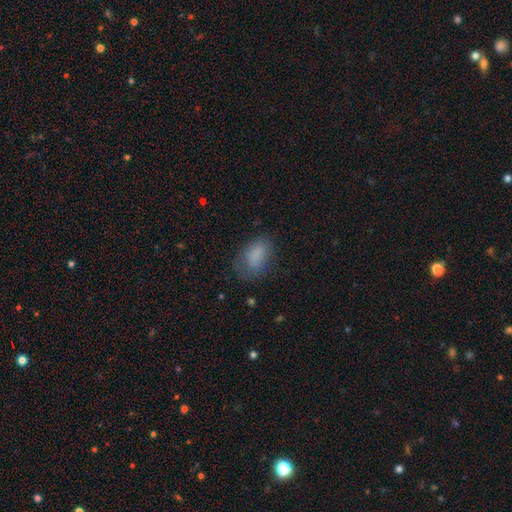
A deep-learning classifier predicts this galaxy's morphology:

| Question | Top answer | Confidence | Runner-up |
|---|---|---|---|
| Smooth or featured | smooth | 81% | featured or disk (10%) |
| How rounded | in between | 89% | round (8%) |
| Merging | none | 61% | minor disturbance (26%) |